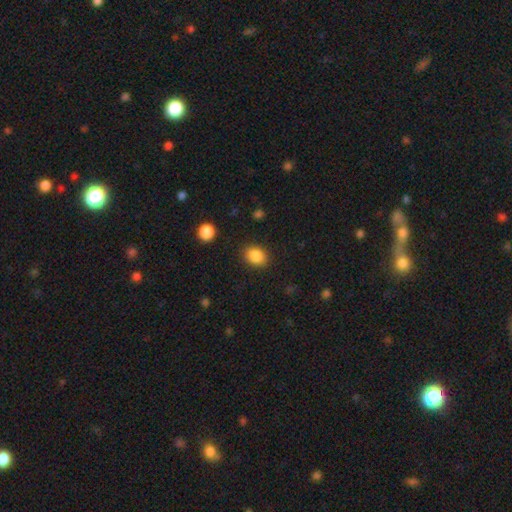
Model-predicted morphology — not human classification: A smooth galaxy with no disk features (87%) that is in between round and cigar-shaped (56%). Merging: none (87%).